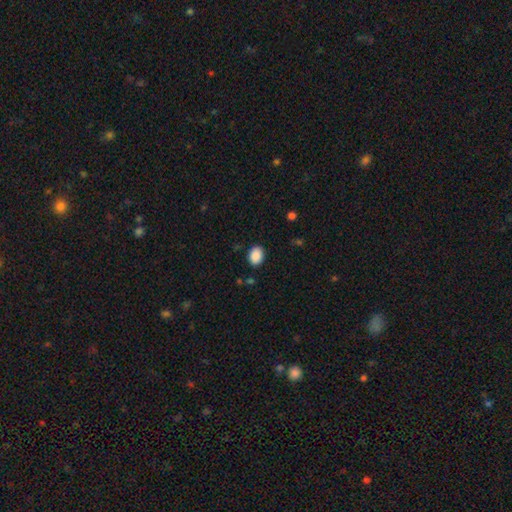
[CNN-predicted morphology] smooth-or-featured: smooth: 90% | star or artifact: 7% | featured or disk: 3%
  how-rounded: in between: 71% | round: 28% | cigar-shaped: 1%
  merging: none: 87% | minor disturbance: 9% | major disturbance: 2% | merger: 1%